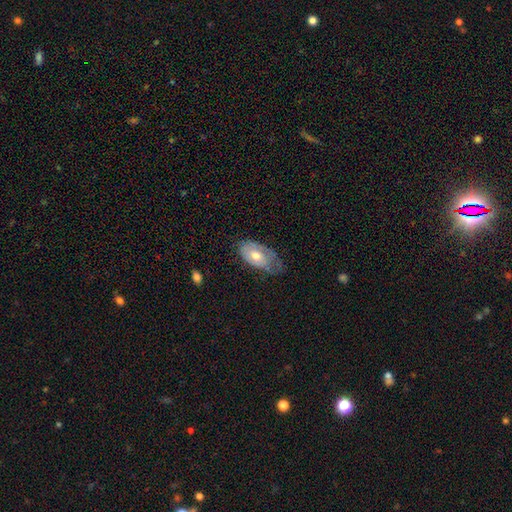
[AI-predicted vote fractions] Smooth or featured? smooth (50%)
Merging? none (43%)